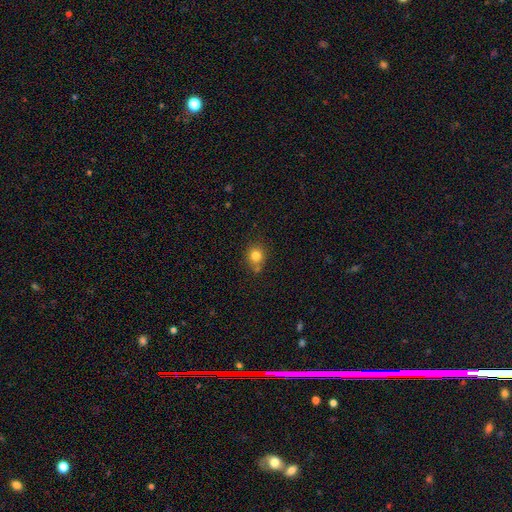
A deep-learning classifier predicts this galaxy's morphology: Q: Smooth or featured?
A: smooth (81%); runner-up: star or artifact (12%)
Q: How rounded?
A: round (81%); runner-up: in between (18%)
Q: Merging?
A: none (69%); runner-up: minor disturbance (15%)